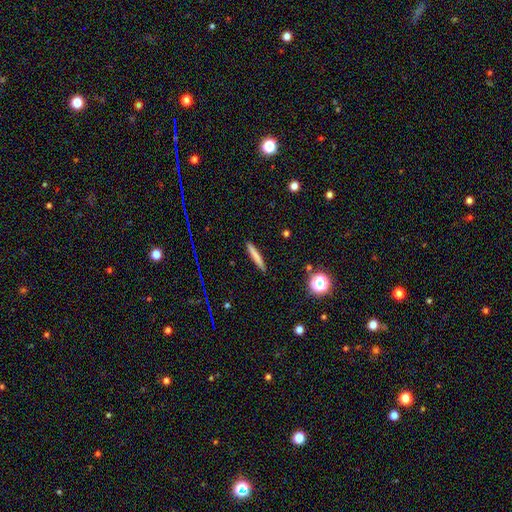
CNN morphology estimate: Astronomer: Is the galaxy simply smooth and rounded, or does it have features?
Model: smooth — 75%.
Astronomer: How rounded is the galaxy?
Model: cigar-shaped — 94%.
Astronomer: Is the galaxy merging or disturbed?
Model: none — 90%.